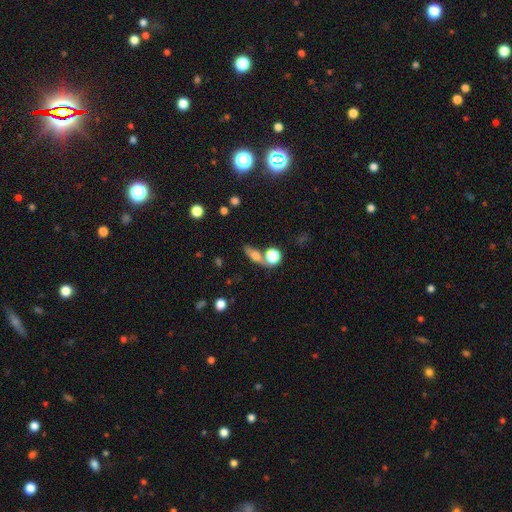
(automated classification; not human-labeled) Smooth or featured? Predicted: smooth (p=0.63). How rounded? Predicted: in between (p=0.51). Merging? Predicted: none (p=0.55).